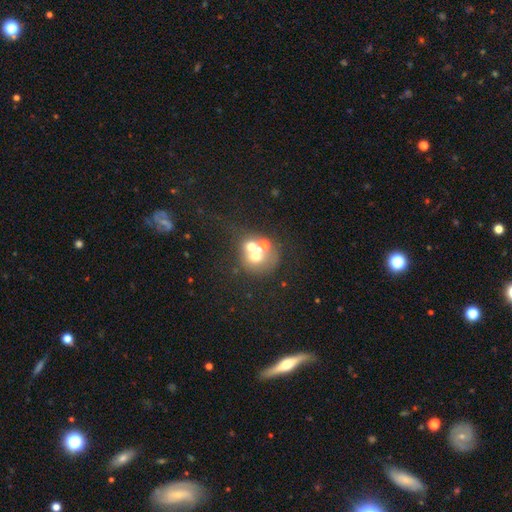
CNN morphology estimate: Q: Smooth or featured?
A: smooth (48%); runner-up: featured or disk (35%)
Q: Merging?
A: merger (50%); runner-up: none (33%)